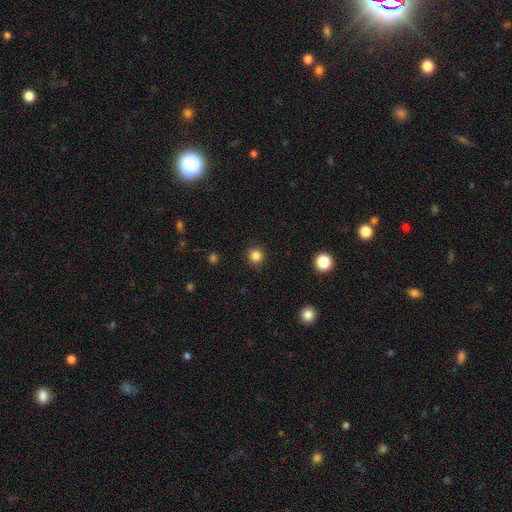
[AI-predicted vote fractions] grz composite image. It shows a smooth galaxy with no disk features (84%) that is round (94%). Merging: none (91%).